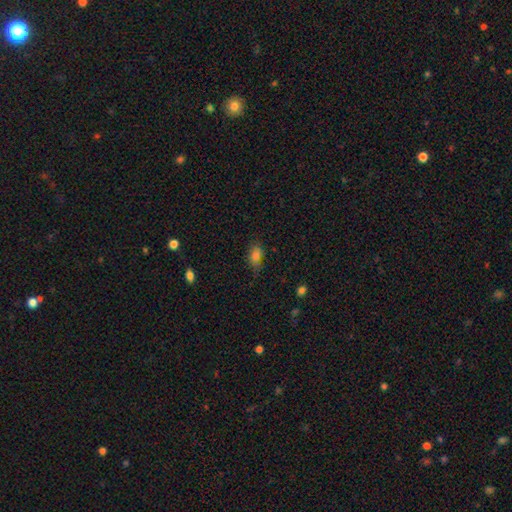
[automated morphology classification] This appears to be a smooth galaxy with no disk features (78%) that is in between round and cigar-shaped (82%). Merging: none (67%).